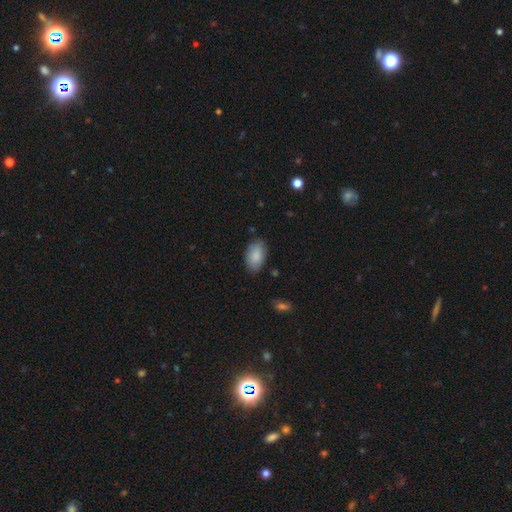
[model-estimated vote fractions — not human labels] Smooth or featured? Predicted: smooth (p=0.87). How rounded? Predicted: in between (p=0.94). Merging? Predicted: none (p=0.81).